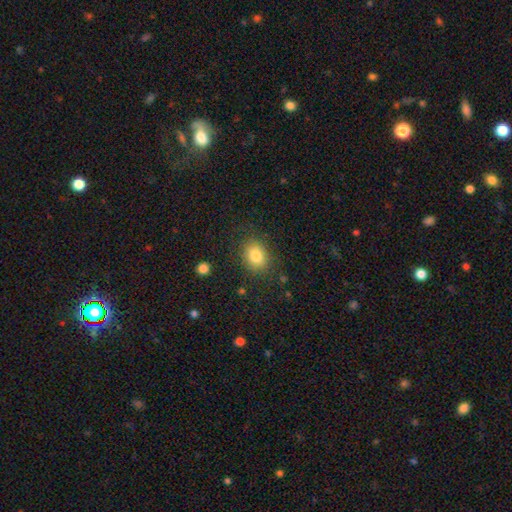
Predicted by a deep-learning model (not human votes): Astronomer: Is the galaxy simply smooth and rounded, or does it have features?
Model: smooth — 83%.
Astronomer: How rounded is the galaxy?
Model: in between — 56% (runner-up: round, 43%).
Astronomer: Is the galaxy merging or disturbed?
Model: none — 83%.